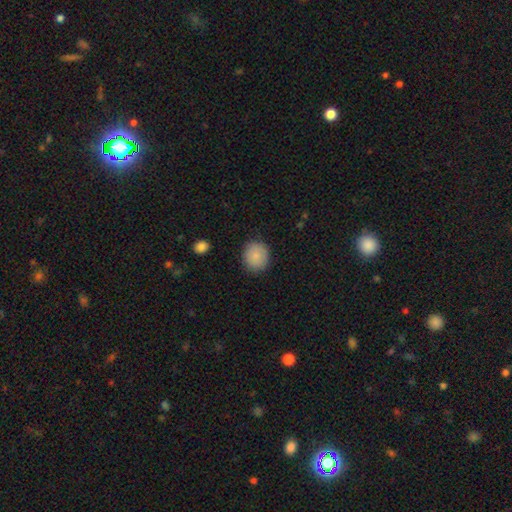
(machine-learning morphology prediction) Q: Smooth or featured?
A: smooth (87%); runner-up: star or artifact (7%)
Q: How rounded?
A: round (85%); runner-up: in between (14%)
Q: Merging?
A: none (86%); runner-up: minor disturbance (10%)